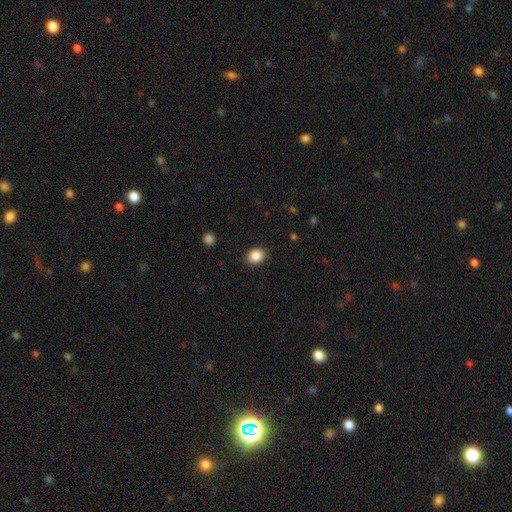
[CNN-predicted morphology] Smooth or featured?
  - smooth: 87% *
  - star or artifact: 9%
  - featured or disk: 4%
How rounded?
  - round: 56% *
  - in between: 43%
  - cigar-shaped: 1%
Merging?
  - none: 89% *
  - minor disturbance: 8%
  - major disturbance: 2%
  - merger: 1%